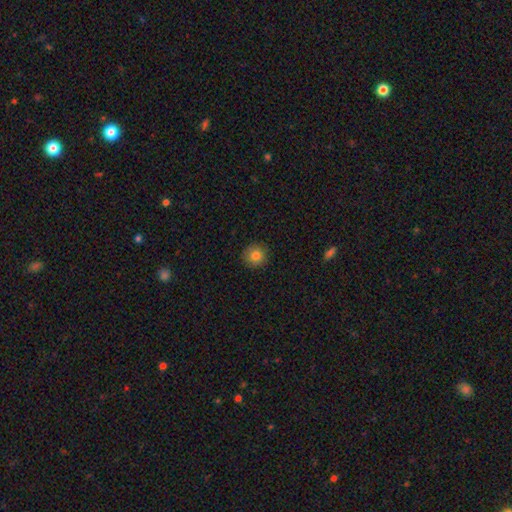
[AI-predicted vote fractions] Smooth or featured? Predicted: smooth (p=0.82). How rounded? Predicted: round (p=0.93). Merging? Predicted: none (p=0.89).